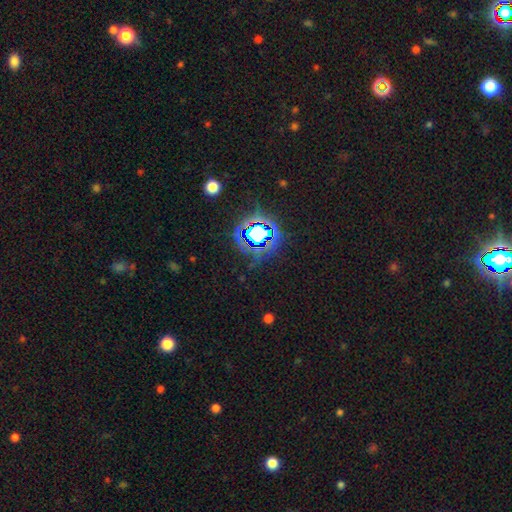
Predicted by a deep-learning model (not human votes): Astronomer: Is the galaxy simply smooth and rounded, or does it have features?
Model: star or artifact — 80%.